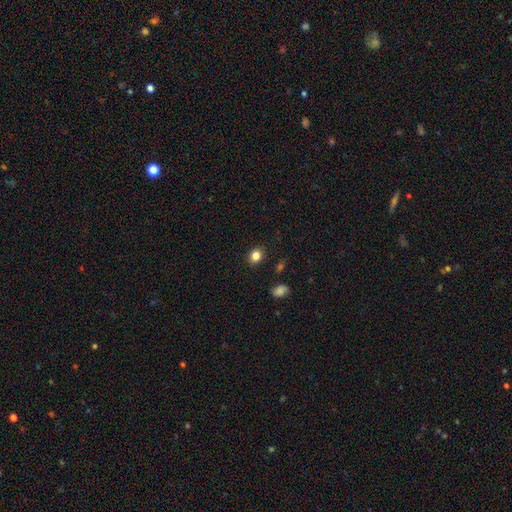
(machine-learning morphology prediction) smooth_or_featured: smooth (p=0.83) [alt: star or artifact p=0.11]
how_rounded: round (p=0.57) [alt: in between p=0.42]
merging: none (p=0.88) [alt: minor disturbance p=0.08]